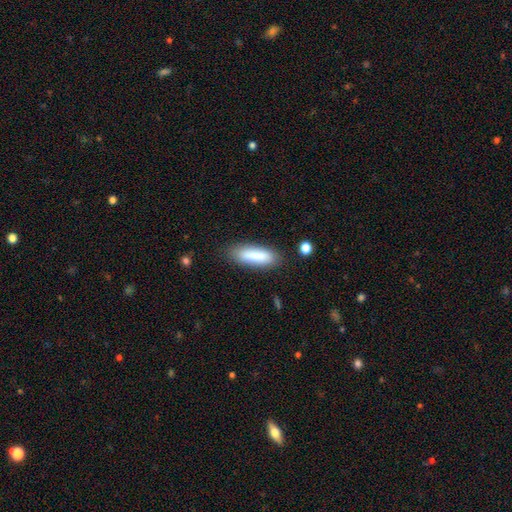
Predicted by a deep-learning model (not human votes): This appears to be a smooth galaxy with no disk features (84%) that is cigar-shaped (51%). Merging: none (82%).